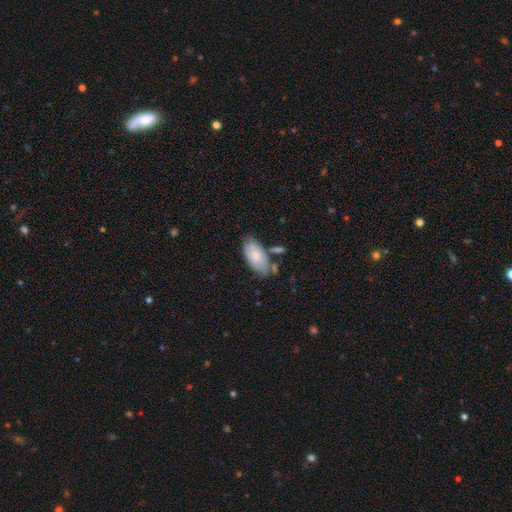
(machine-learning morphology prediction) This is likely a smooth galaxy (79%). How rounded: clearly in between (93%). Merging: likely none (63%).